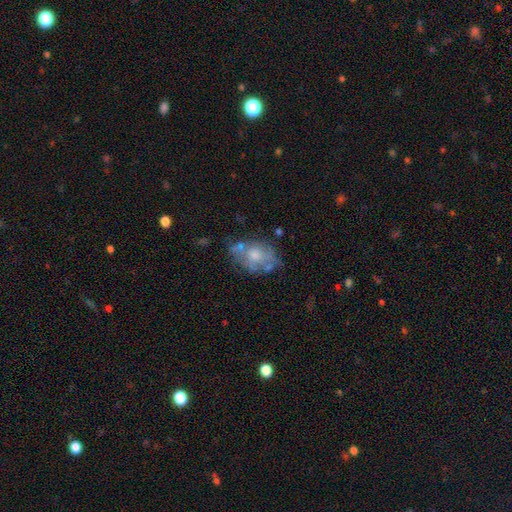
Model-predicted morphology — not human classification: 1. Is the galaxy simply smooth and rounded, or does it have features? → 50% featured or disk, 41% smooth, 9% star or artifact.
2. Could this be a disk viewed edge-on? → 96% no, 4% yes.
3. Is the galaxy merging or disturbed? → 45% none, 27% minor disturbance, 17% major disturbance, 12% merger.